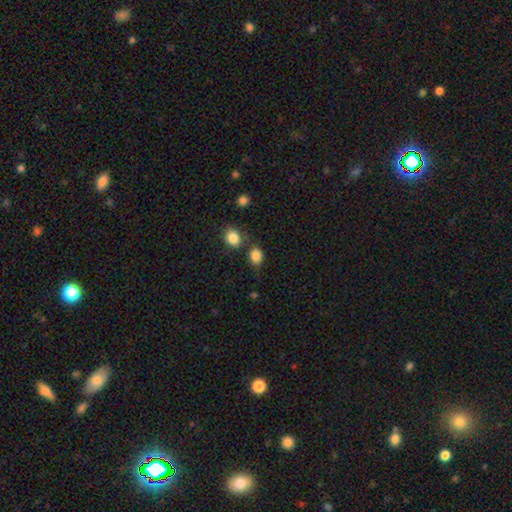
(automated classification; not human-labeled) Q: Smooth or featured?
A: smooth (85%); runner-up: star or artifact (10%)
Q: How rounded?
A: round (53%); runner-up: in between (46%)
Q: Merging?
A: none (63%); runner-up: minor disturbance (16%)